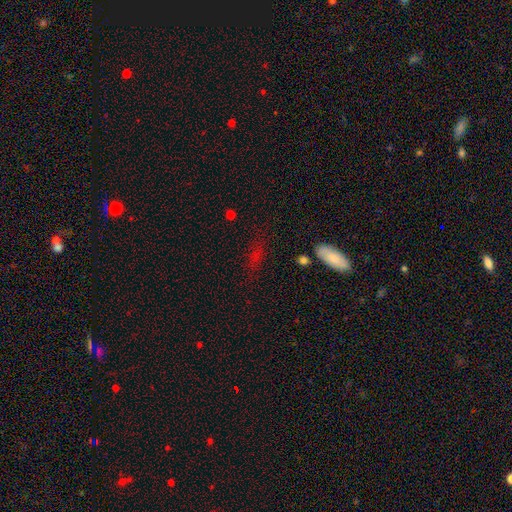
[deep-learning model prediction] Smooth or featured? Predicted: smooth (p=0.61). How rounded? Predicted: in between (p=0.57). Merging? Predicted: none (p=0.66).